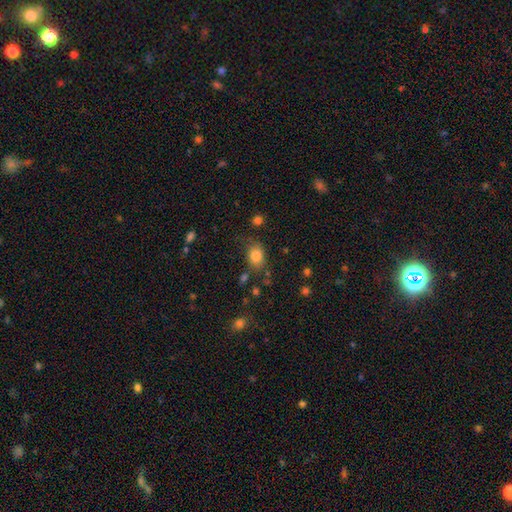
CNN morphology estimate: This appears to be a smooth galaxy with no disk features (83%) that is in between round and cigar-shaped (58%). Merging: none (67%).